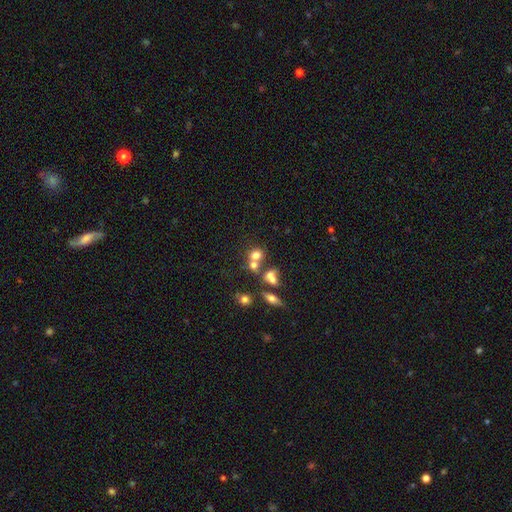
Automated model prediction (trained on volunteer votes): Smooth or featured: smooth — 68% (star or artifact — 16%)
How rounded: round — 68% (in between — 30%)
Merging: merger — 46% (none — 40%)